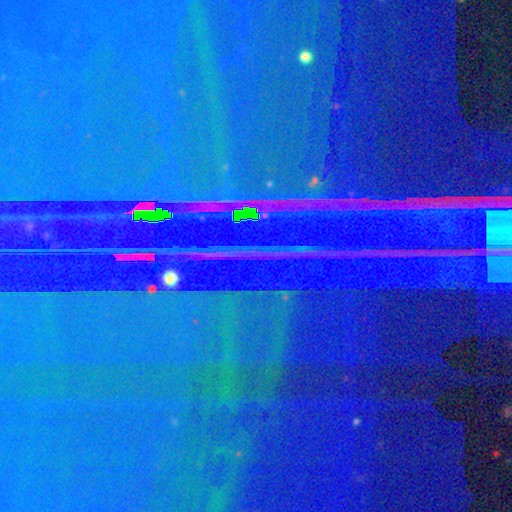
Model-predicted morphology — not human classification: Smooth or featured?
  - star or artifact: 88% *
  - featured or disk: 7%
  - smooth: 5%